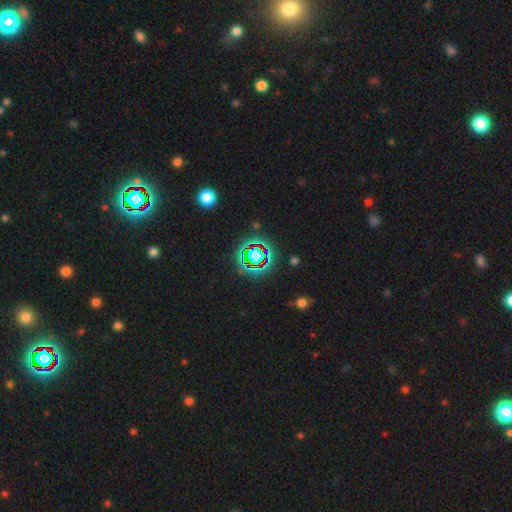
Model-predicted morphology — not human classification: The model was most divided on "smooth or featured": star or artifact: 72%, smooth: 15%, featured or disk: 12%.